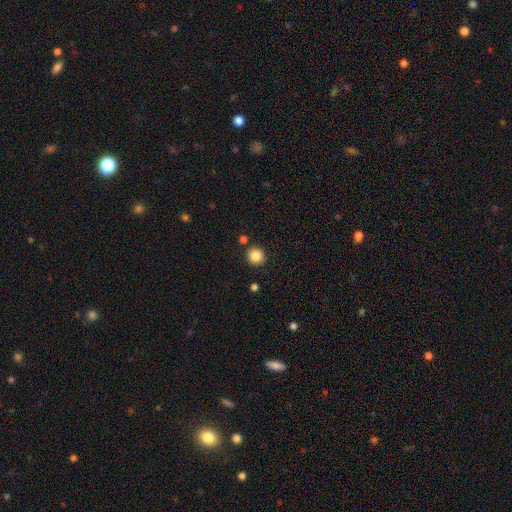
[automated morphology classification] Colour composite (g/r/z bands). It shows a smooth galaxy with no disk features (86%) that is round (92%). Merging: none (87%).